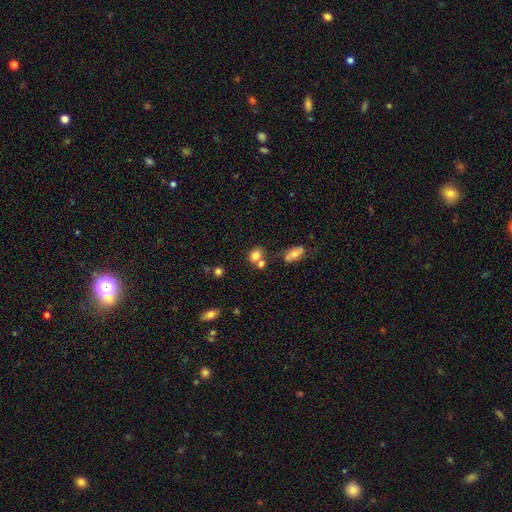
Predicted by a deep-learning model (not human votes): A smooth galaxy with no disk features (79%) that is round (59%).

Vote fractions:
- Smooth or featured? smooth: 79% / star or artifact: 12% / featured or disk: 10%
- How rounded? round: 59% / in between: 40% / cigar-shaped: 1%
- Merging? none: 51% / merger: 32% / minor disturbance: 12% / major disturbance: 5%